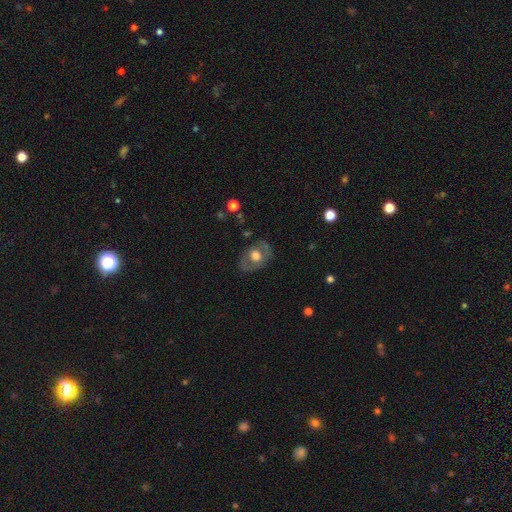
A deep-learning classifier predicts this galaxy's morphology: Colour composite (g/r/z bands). It shows a featured or disk galaxy (47%). Merging: none (74%).